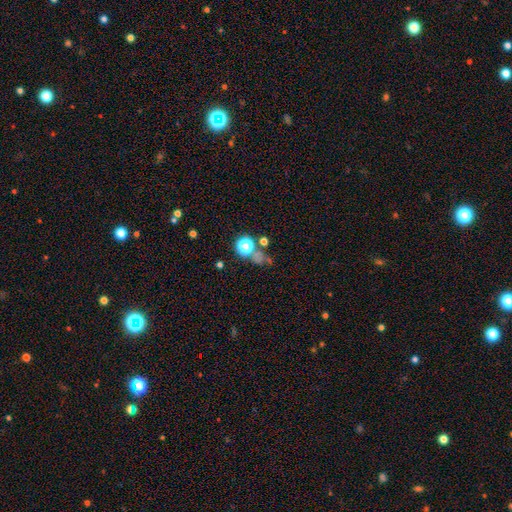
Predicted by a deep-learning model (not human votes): smooth-or-featured: star or artifact: 52% | smooth: 37% | featured or disk: 11%